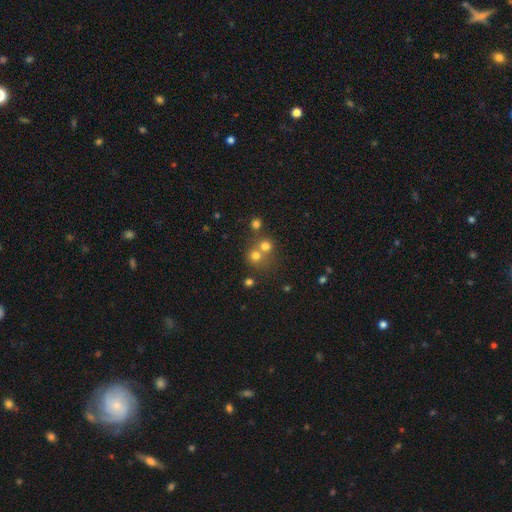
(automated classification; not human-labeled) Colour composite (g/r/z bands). It shows a smooth galaxy with no disk features (69%) that is round (86%). Merging: none (49%).